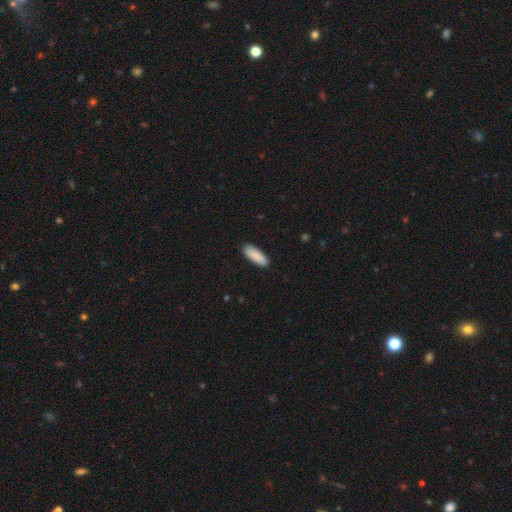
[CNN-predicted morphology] Smooth or featured? smooth (90%)
How rounded? in between (60%)
Merging? none (89%)